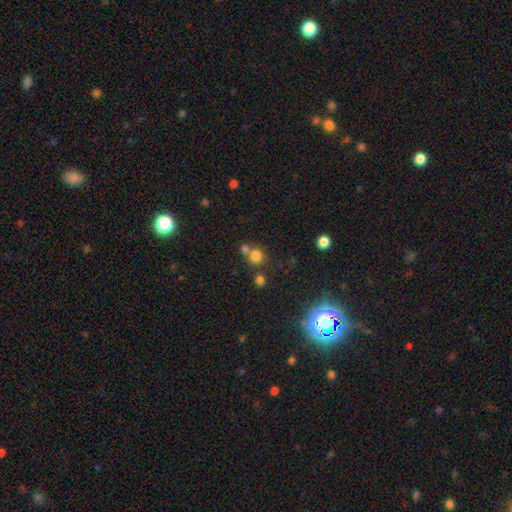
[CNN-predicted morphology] This is likely a smooth galaxy (76%). How rounded: clearly round (87%). Merging: possibly none (56%).